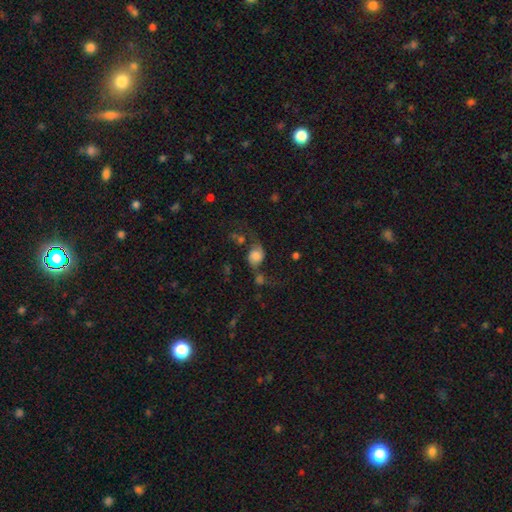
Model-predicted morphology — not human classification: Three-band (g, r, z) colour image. It shows a featured or disk galaxy (46%). Merging: none (36%).